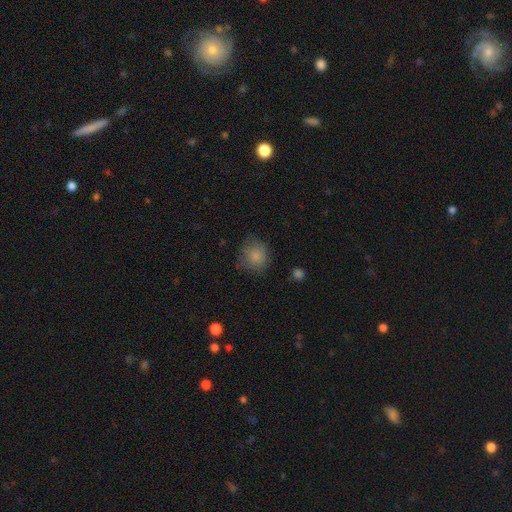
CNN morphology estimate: smooth_or_featured: smooth (p=0.80) [alt: featured or disk p=0.11]
how_rounded: round (p=0.80) [alt: in between p=0.19]
merging: none (p=0.70) [alt: minor disturbance p=0.21]